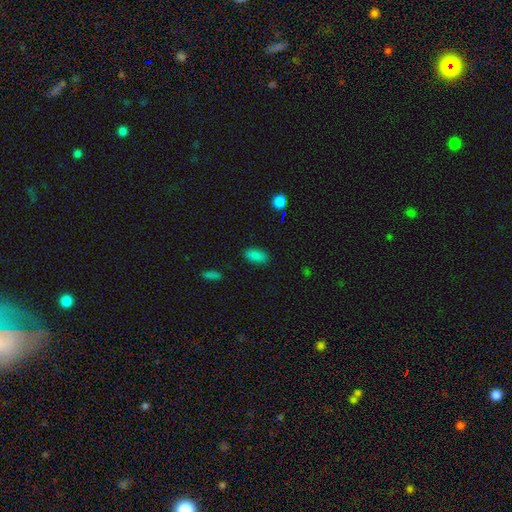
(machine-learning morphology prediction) Smooth or featured: smooth — 86% (star or artifact — 10%)
How rounded: in between — 89% (cigar-shaped — 7%)
Merging: none — 86% (minor disturbance — 10%)